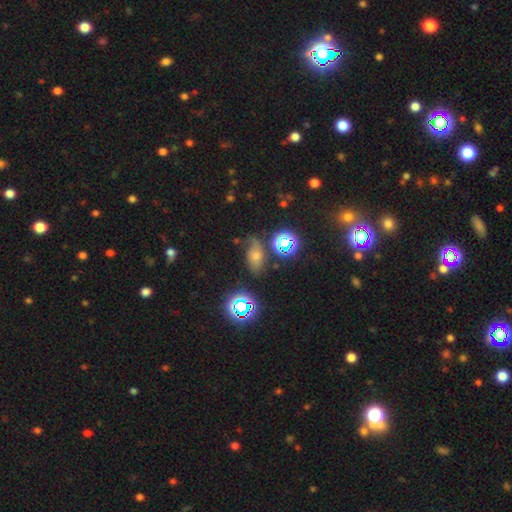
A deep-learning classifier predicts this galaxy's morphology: smooth_or_featured: star or artifact (p=0.40) [alt: smooth p=0.33]